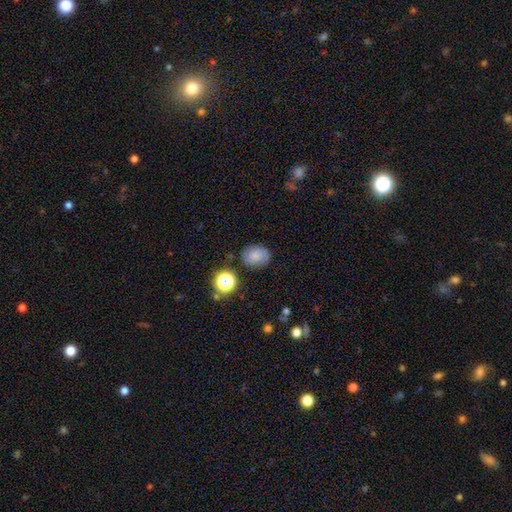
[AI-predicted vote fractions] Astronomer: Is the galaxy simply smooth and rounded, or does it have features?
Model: smooth — 74%.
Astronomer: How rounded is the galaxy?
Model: in between — 53% (runner-up: round, 46%).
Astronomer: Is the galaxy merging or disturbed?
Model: none — 76%.